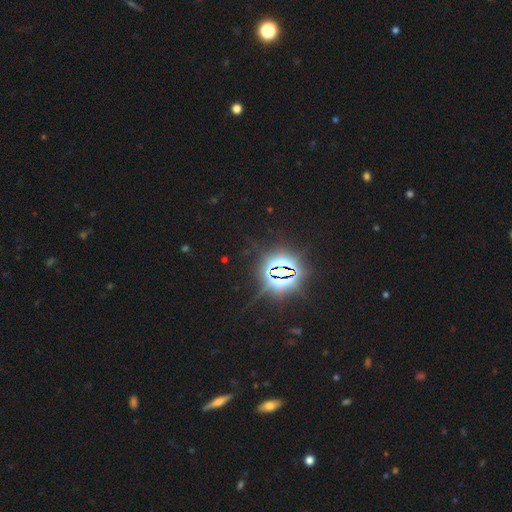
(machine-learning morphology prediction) star or artifact 84%, smooth 9%, featured or disk 7%.